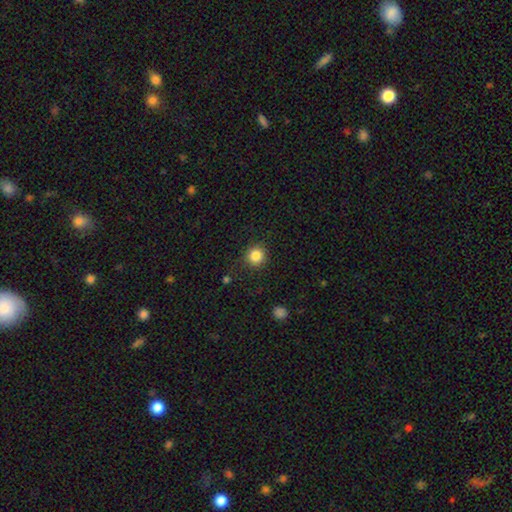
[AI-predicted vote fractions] Smooth or featured? smooth (85%)
How rounded? round (93%)
Merging? none (87%)